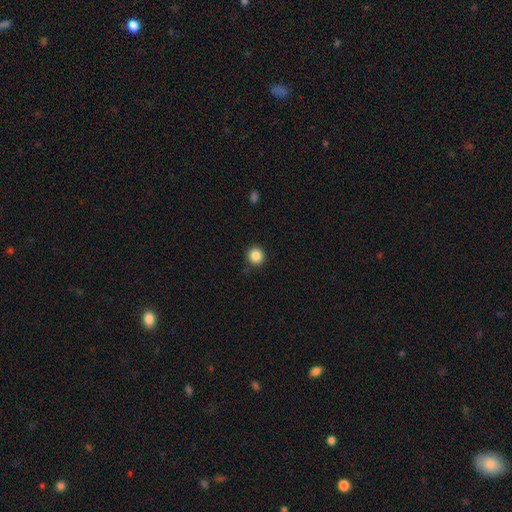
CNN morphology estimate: This is clearly a smooth galaxy (86%). How rounded: clearly round (94%). Merging: clearly none (90%).